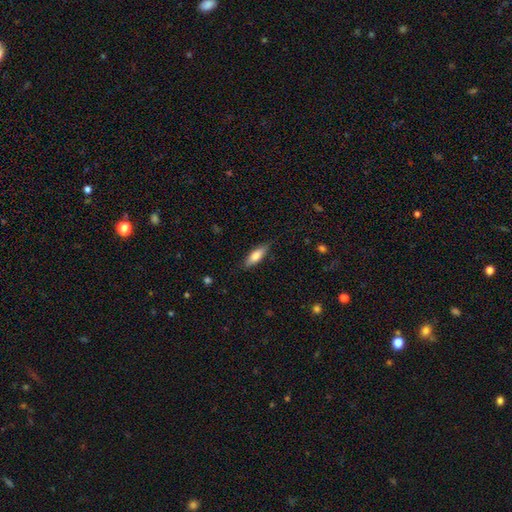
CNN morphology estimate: Smooth or featured: smooth — 75% (featured or disk — 19%)
How rounded: in between — 56% (cigar-shaped — 42%)
Merging: none — 82% (minor disturbance — 14%)